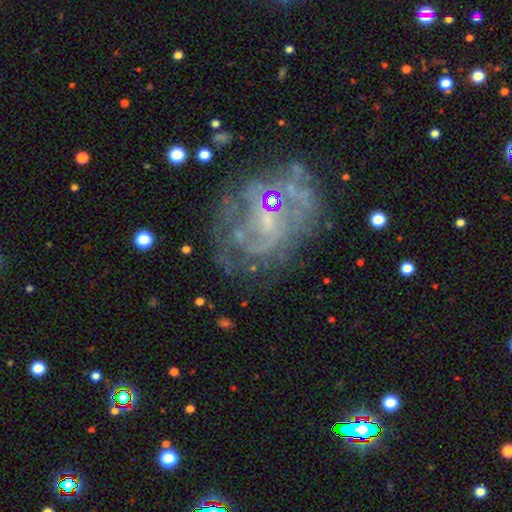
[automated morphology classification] smooth_or_featured: featured or disk (p=0.75) [alt: smooth p=0.13]
disk_edge_on: no (p=0.97) [alt: yes p=0.03]
bar: no (p=0.47) [alt: weak p=0.42]
has_spiral_arms: yes (p=0.67) [alt: no p=0.33]
bulge_size: small (p=0.54) [alt: none p=0.25]
merging: none (p=0.57) [alt: minor disturbance p=0.19]